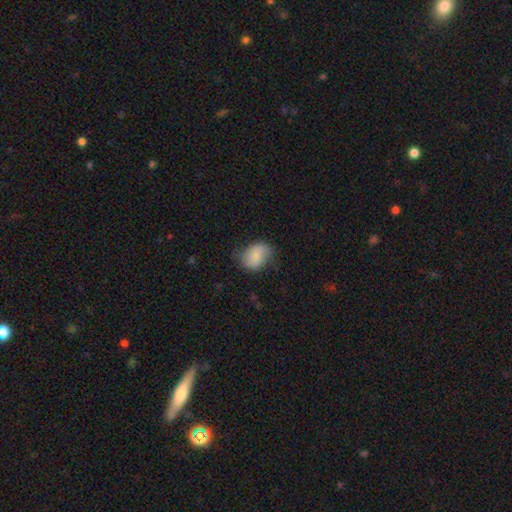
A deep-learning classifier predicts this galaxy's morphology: smooth-or-featured: smooth: 74% | featured or disk: 18% | star or artifact: 8%
  how-rounded: in between: 70% | round: 29% | cigar-shaped: 1%
  merging: none: 57% | minor disturbance: 31% | major disturbance: 11% | merger: 1%